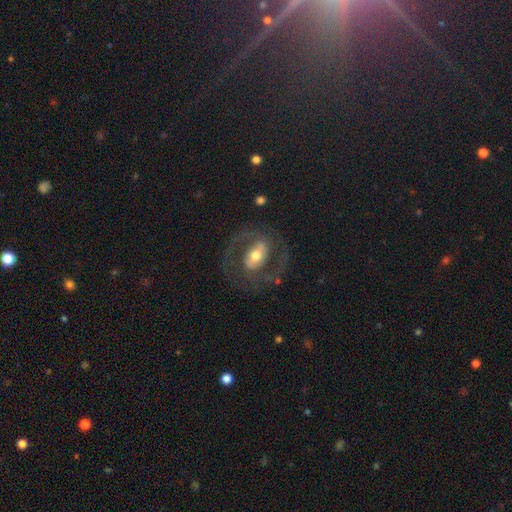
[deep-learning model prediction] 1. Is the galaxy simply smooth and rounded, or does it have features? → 82% featured or disk, 13% smooth, 5% star or artifact.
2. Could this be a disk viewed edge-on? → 96% no, 4% yes.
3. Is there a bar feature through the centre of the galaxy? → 42% strong, 36% weak, 22% no.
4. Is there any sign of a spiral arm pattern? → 85% yes, 15% no.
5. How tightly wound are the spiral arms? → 55% medium, 26% tight, 19% loose.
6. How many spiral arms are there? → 87% 2, 6% can't tell, 4% 1, 2% 3, 1% 4, 1% more than 4.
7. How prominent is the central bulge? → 67% moderate, 19% small, 12% large, 1% dominant, 1% none.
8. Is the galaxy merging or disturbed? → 71% none, 14% major disturbance, 13% minor disturbance, 2% merger.